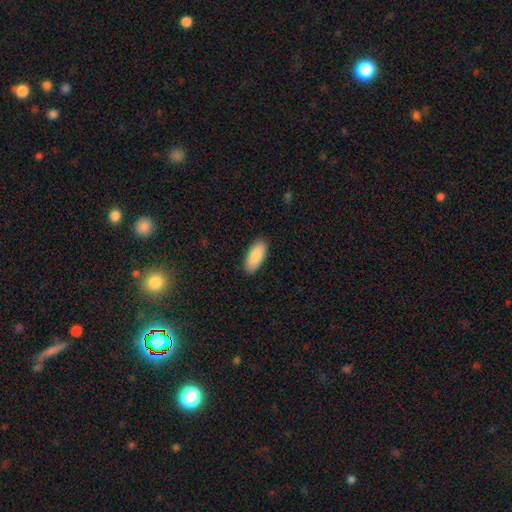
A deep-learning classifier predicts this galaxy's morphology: Smooth or featured? smooth (89%)
How rounded? in between (87%)
Merging? none (89%)